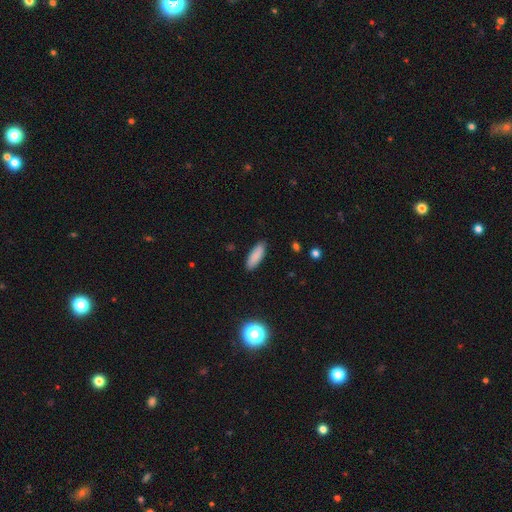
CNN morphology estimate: The model was most divided on "how rounded": in between: 59%, cigar-shaped: 39%, round: 2%. More confident: merging — none (89%); smooth or featured — smooth (87%).